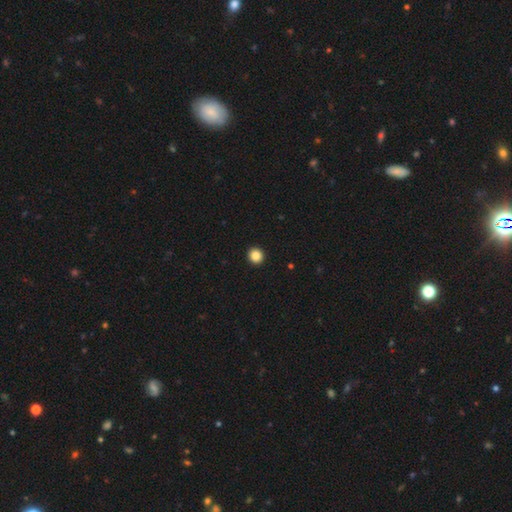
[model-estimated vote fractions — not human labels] Smooth or featured? Predicted: smooth (p=0.86). How rounded? Predicted: round (p=0.94). Merging? Predicted: none (p=0.95).